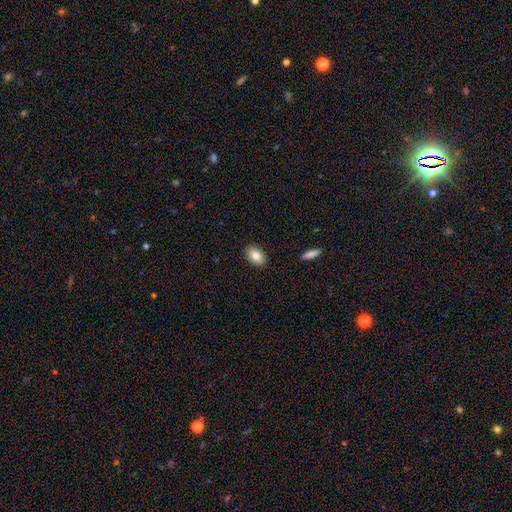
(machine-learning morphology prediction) Overall: smooth (85%). How rounded: in between (91%). Merging: none (89%).